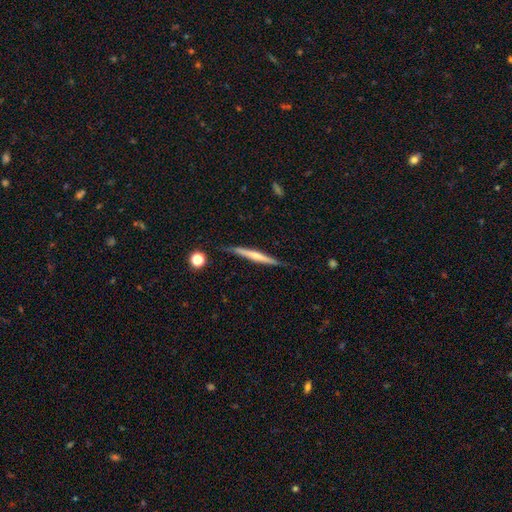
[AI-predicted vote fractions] Morphology: type=featured or disk (56%); edge-on=yes (97%); edge-on bulge=rounded (46%, tied with none); merging=none (84%).